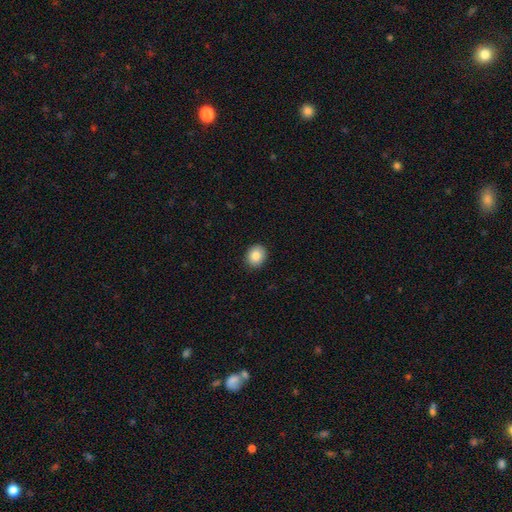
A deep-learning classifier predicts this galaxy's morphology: Q: Smooth or featured?
A: smooth (85%); runner-up: star or artifact (9%)
Q: How rounded?
A: round (70%); runner-up: in between (29%)
Q: Merging?
A: none (90%); runner-up: minor disturbance (7%)